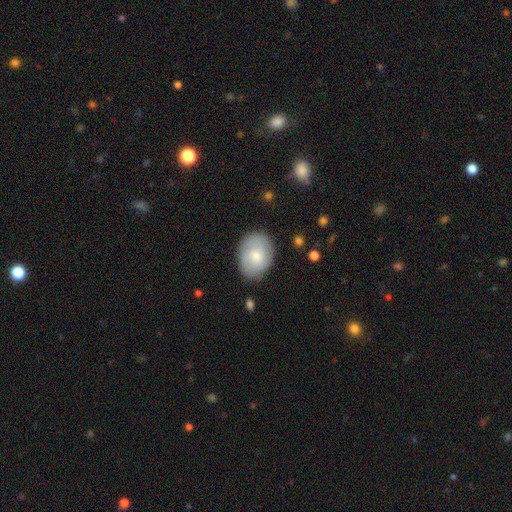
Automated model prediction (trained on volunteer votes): A smooth galaxy with no disk features (63%) that is in between round and cigar-shaped (73%).

Vote fractions:
- Smooth or featured? smooth: 63% / featured or disk: 30% / star or artifact: 6%
- How rounded? in between: 73% / round: 26% / cigar-shaped: 1%
- Merging? none: 78% / minor disturbance: 16% / major disturbance: 4% / merger: 2%